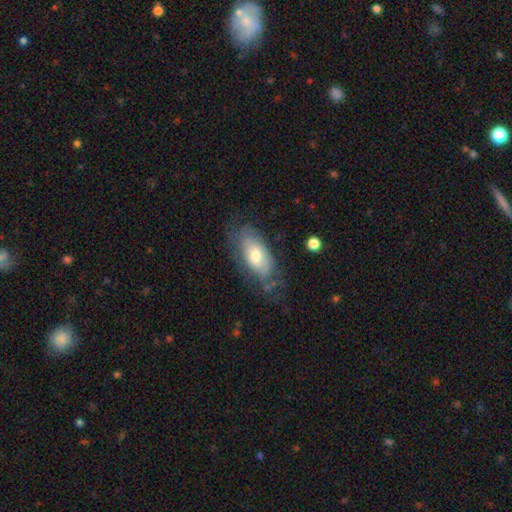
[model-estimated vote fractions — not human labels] The model was most divided on "smooth or featured": smooth: 54%, featured or disk: 40%, star or artifact: 7%. More confident: how rounded — in between (89%); merging — none (59%).